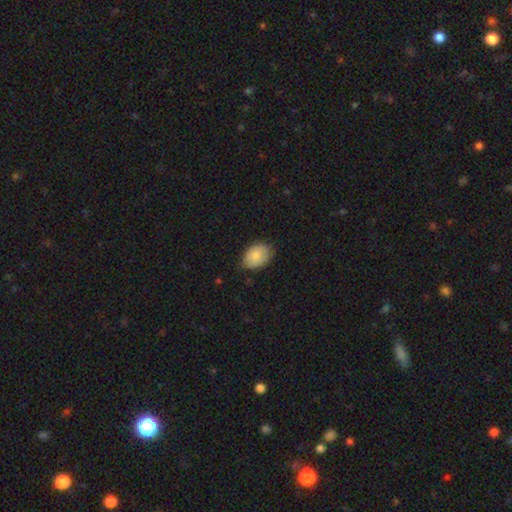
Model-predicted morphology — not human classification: Smooth or featured? Predicted: smooth (p=0.85). How rounded? Predicted: in between (p=0.82). Merging? Predicted: none (p=0.72).